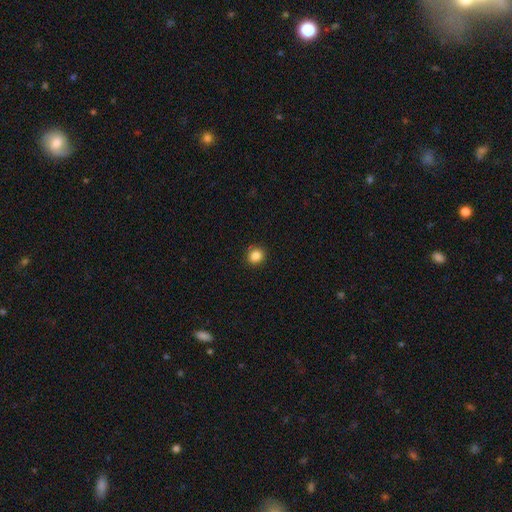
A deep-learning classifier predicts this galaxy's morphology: This is clearly a smooth galaxy (86%). How rounded: clearly round (83%). Merging: clearly none (90%).